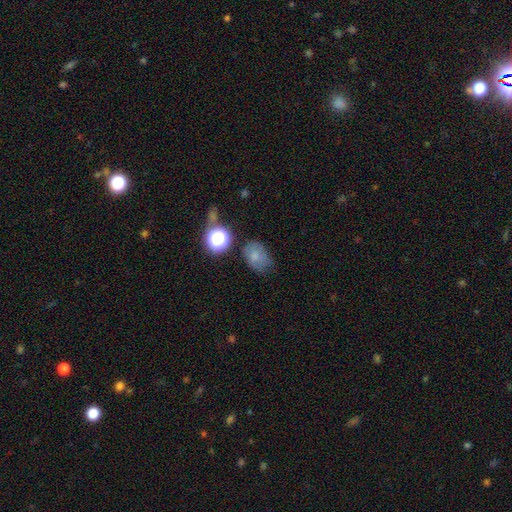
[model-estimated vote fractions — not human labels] A smooth galaxy with no disk features (67%) that is in between round and cigar-shaped (63%). Merging: none (58%).